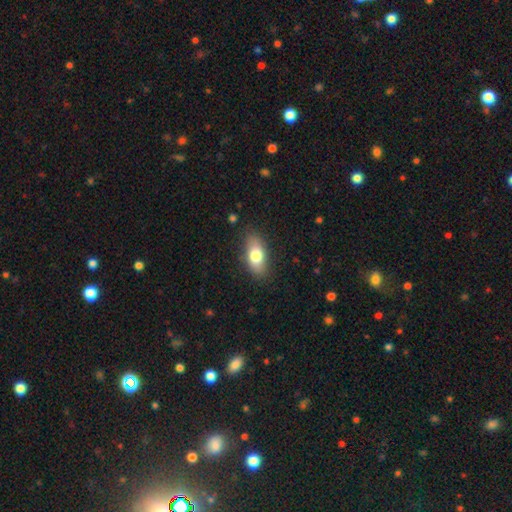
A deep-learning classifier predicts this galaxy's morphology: Smooth or featured?
  - smooth: 76% *
  - featured or disk: 18%
  - star or artifact: 7%
How rounded?
  - in between: 85% *
  - cigar-shaped: 10%
  - round: 5%
Merging?
  - none: 83% *
  - minor disturbance: 13%
  - major disturbance: 3%
  - merger: 1%